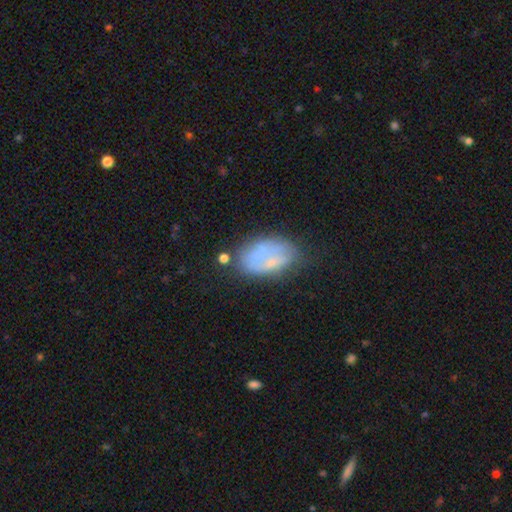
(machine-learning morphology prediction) Q: Smooth or featured?
A: smooth (51%); runner-up: featured or disk (38%)
Q: How rounded?
A: in between (90%); runner-up: round (8%)
Q: Merging?
A: none (45%); runner-up: minor disturbance (26%)